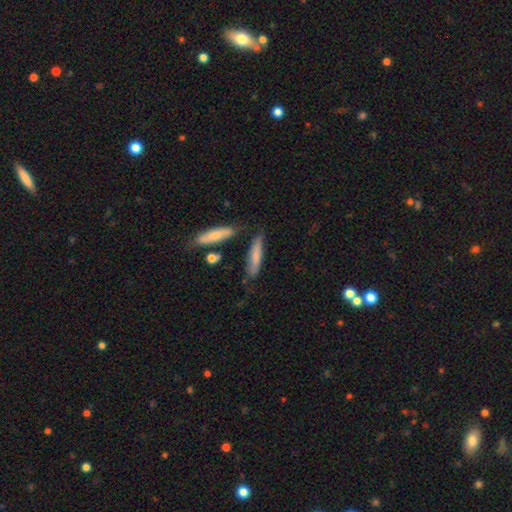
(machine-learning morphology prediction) Smooth or featured? smooth (68%)
How rounded? cigar-shaped (79%)
Merging? none (61%)